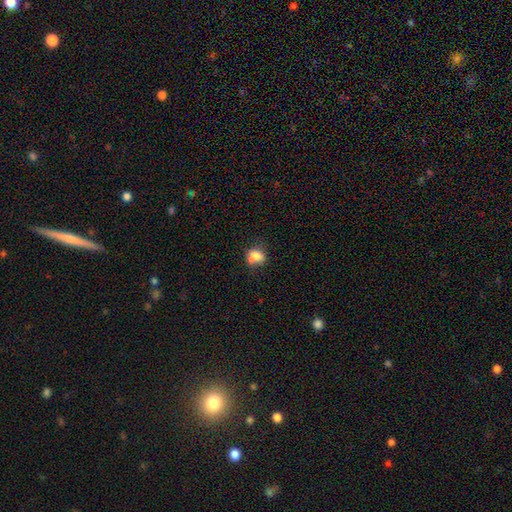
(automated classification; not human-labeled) Q: Smooth or featured?
A: smooth (73%); runner-up: featured or disk (16%)
Q: How rounded?
A: round (53%); runner-up: in between (46%)
Q: Merging?
A: none (40%); runner-up: merger (36%)